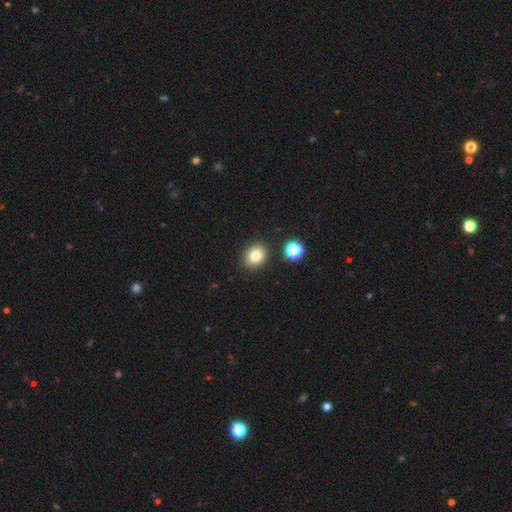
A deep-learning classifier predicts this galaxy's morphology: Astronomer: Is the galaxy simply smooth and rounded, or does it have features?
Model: smooth — 79%.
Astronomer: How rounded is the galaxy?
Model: round — 63%.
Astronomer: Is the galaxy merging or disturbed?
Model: none — 86%.